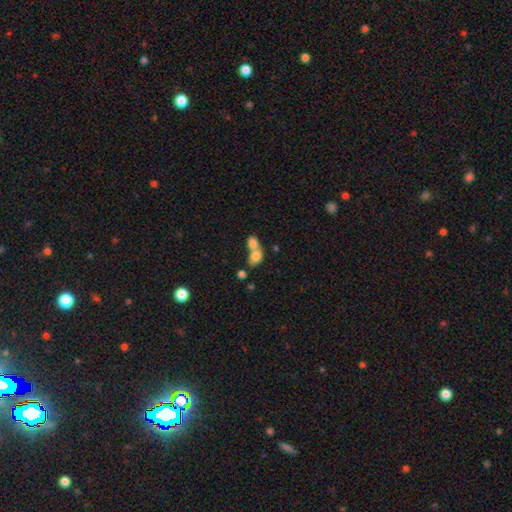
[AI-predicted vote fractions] This appears to be a smooth galaxy with no disk features (78%) that is in between round and cigar-shaped (59%). Merging: merger (71%).